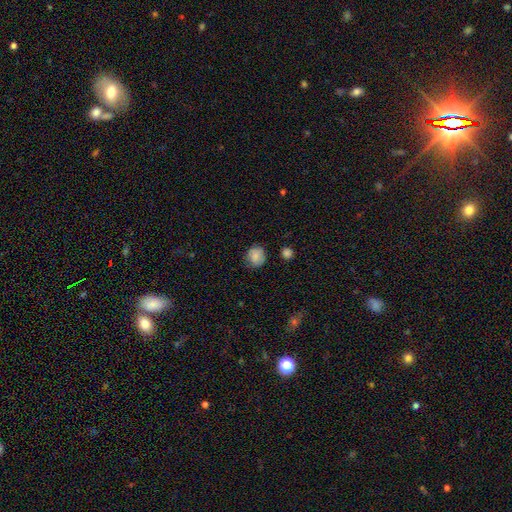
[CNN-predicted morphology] type=smooth (81%); roundness=round (81%); merging=none (76%).